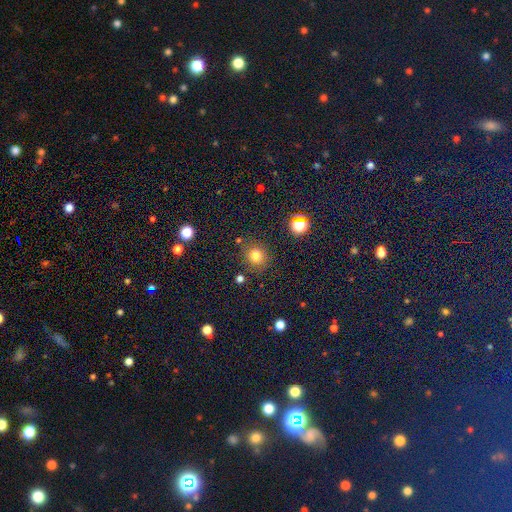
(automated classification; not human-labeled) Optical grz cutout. It shows a smooth galaxy with no disk features (76%) that is round (87%). Merging: none (83%).